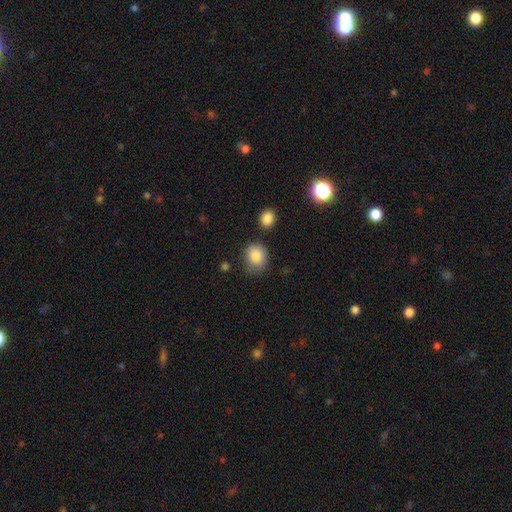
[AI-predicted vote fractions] Smooth or featured? Predicted: smooth (p=0.85). How rounded? Predicted: round (p=0.67). Merging? Predicted: none (p=0.61).